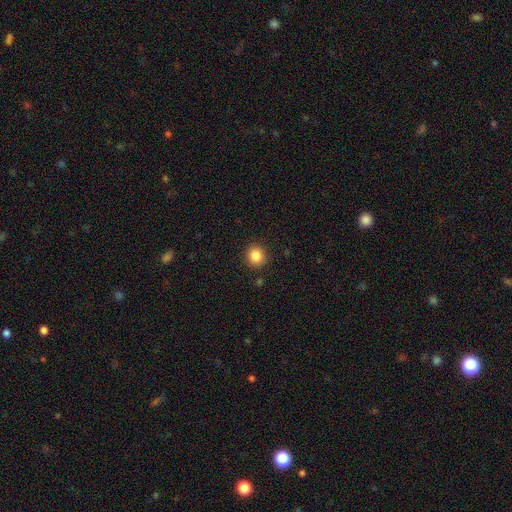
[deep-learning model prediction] smooth_or_featured: smooth (p=0.85) [alt: star or artifact p=0.11]
how_rounded: round (p=0.89) [alt: in between p=0.10]
merging: none (p=0.91) [alt: minor disturbance p=0.06]